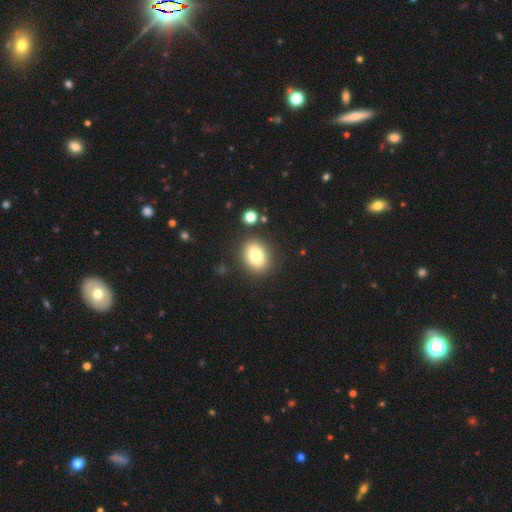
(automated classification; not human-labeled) Smooth or featured? Predicted: smooth (p=0.80). How rounded? Predicted: in between (p=0.59). Merging? Predicted: none (p=0.86).